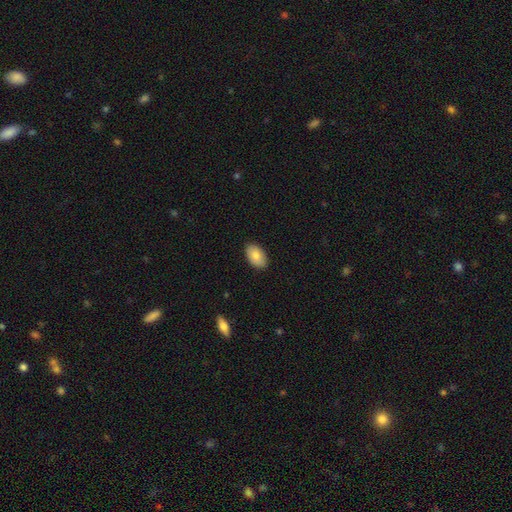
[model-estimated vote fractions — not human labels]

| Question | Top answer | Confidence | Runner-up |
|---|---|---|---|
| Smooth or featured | smooth | 82% | featured or disk (12%) |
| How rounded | in between | 93% | round (6%) |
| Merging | none | 88% | minor disturbance (9%) |